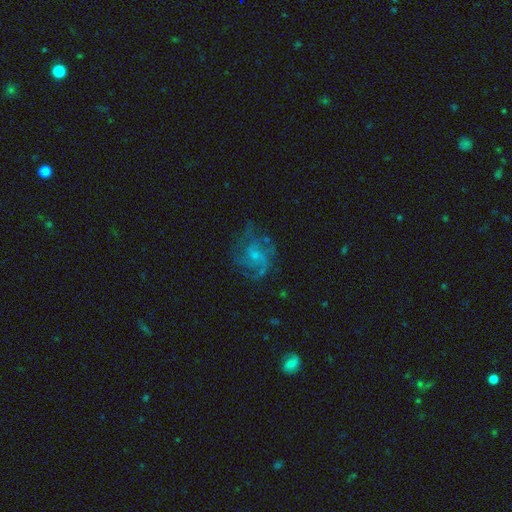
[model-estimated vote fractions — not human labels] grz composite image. It shows a featured or disk galaxy (74%) with no bar (67%), 3 (31%) medium (49%) spiral arms (89%) and a small central bulge (63%). Merging: none (60%).